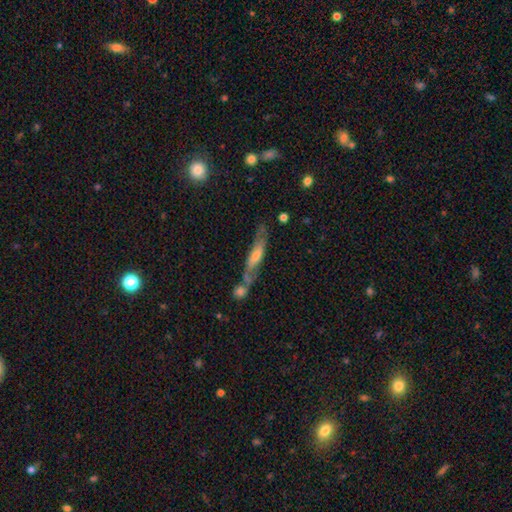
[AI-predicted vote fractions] smooth-or-featured: featured or disk: 57% | smooth: 36% | star or artifact: 7%
  disk-edge-on: yes: 59% | no: 41%
  merging: none: 50% | merger: 22% | minor disturbance: 19% | major disturbance: 9%